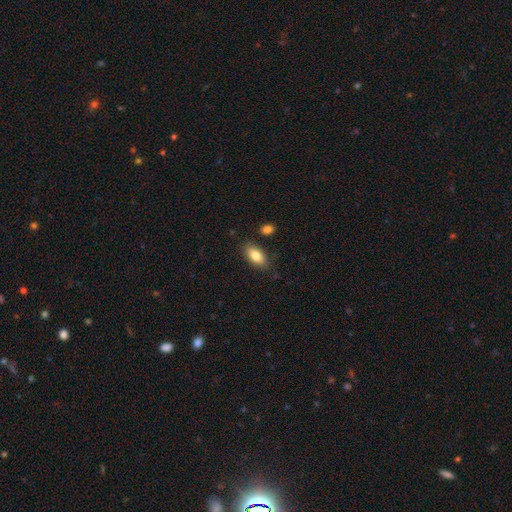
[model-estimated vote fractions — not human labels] A smooth galaxy with no disk features (83%) that is in between round and cigar-shaped (90%). Merging: none (81%).